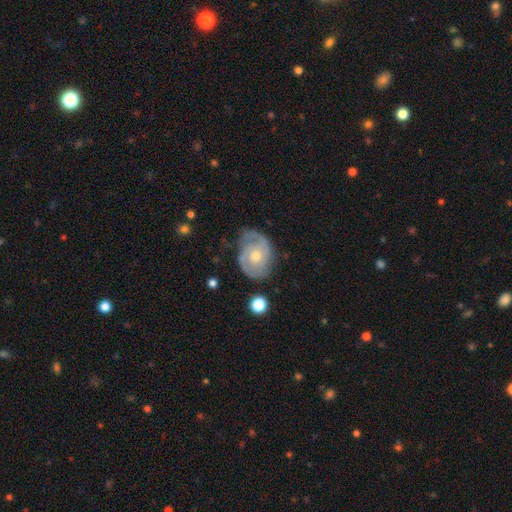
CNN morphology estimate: Smooth or featured? Predicted: featured or disk (p=0.79). Edge-on disk? Predicted: no (p=0.97). Bar? Predicted: no (p=0.74). Spiral arms? Predicted: yes (p=0.91). Spiral winding? Predicted: tight (p=0.51). Spiral arm count? Predicted: 2 (p=0.59). Bulge size? Predicted: moderate (p=0.61). Merging? Predicted: none (p=0.65).